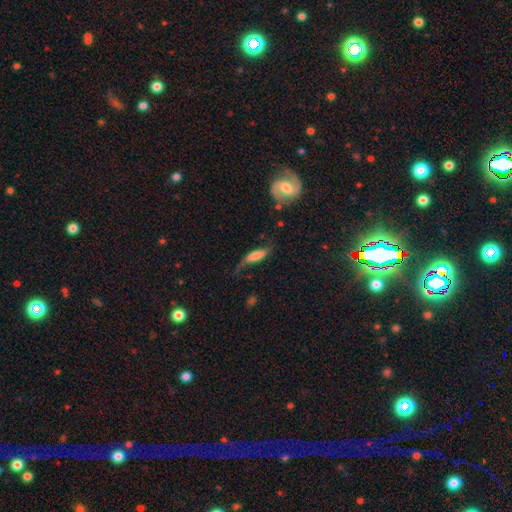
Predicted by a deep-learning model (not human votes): Morphology: type=smooth (48%); merging=none (41%).